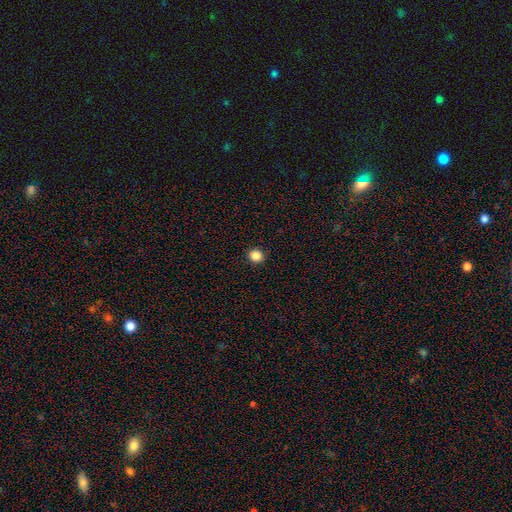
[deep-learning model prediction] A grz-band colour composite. It shows a smooth galaxy with no disk features (86%) that is round (88%). Merging: none (92%).